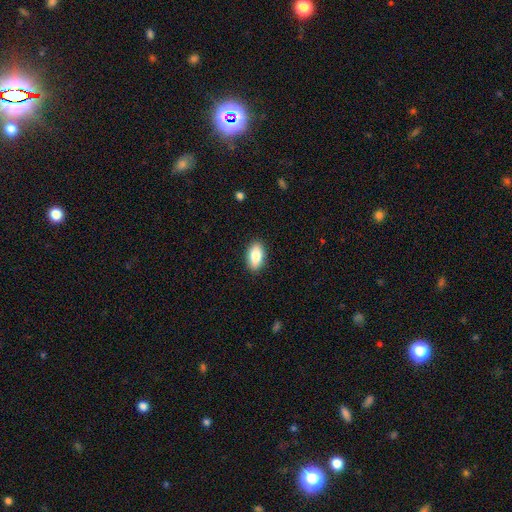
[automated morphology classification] type=smooth (84%); roundness=in between (91%); merging=none (89%).